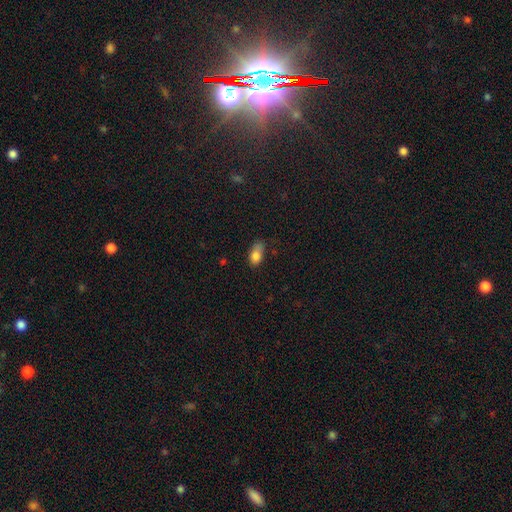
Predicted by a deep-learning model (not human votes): smooth-or-featured: smooth: 82% | featured or disk: 9% | star or artifact: 9%
  how-rounded: in between: 87% | round: 8% | cigar-shaped: 5%
  merging: none: 46% | minor disturbance: 37% | major disturbance: 12% | merger: 5%